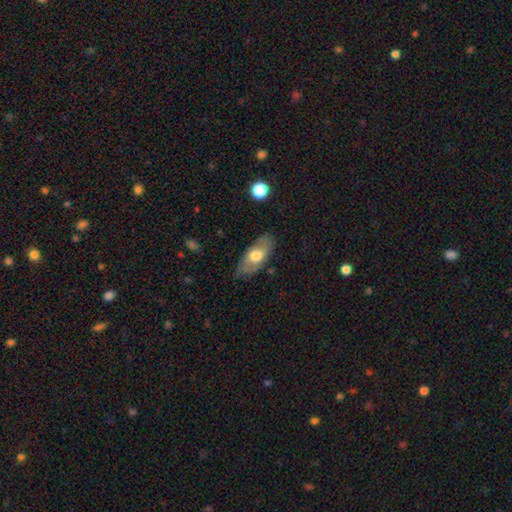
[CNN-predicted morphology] smooth_or_featured: smooth (p=0.56) [alt: featured or disk p=0.38]
how_rounded: in between (p=0.87) [alt: cigar-shaped p=0.10]
merging: none (p=0.75) [alt: minor disturbance p=0.19]